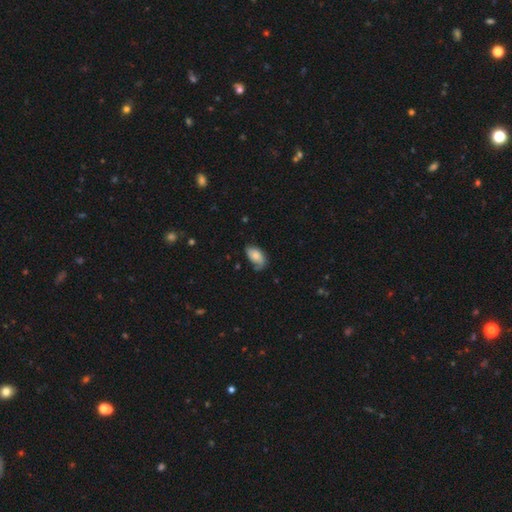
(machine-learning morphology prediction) Smooth or featured? smooth (70%)
How rounded? in between (93%)
Merging? none (55%)